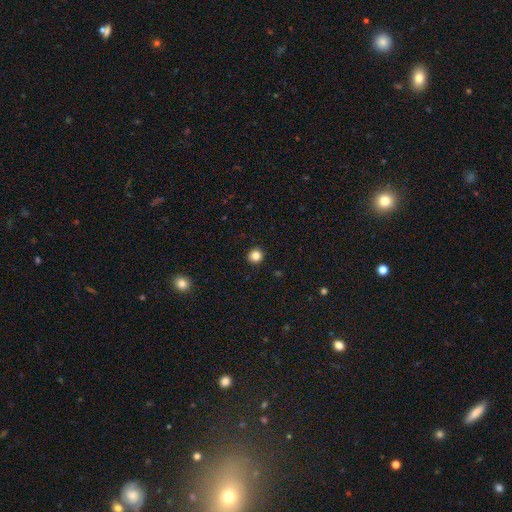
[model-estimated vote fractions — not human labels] This appears to be a smooth galaxy with no disk features (84%) that is round (93%). Merging: none (93%).